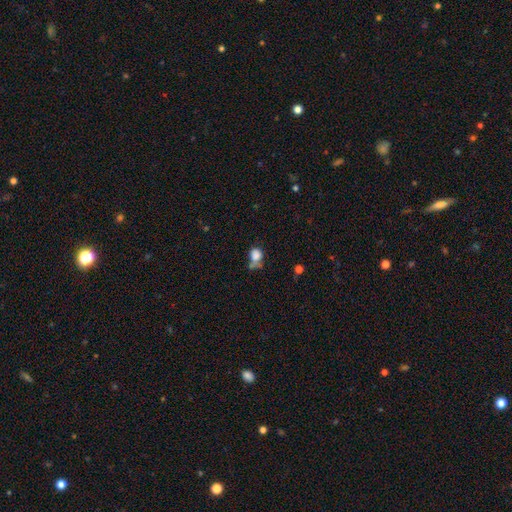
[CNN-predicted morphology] Smooth or featured: smooth — 79% (star or artifact — 12%)
How rounded: round — 57% (in between — 41%)
Merging: none — 35% (merger — 26%)